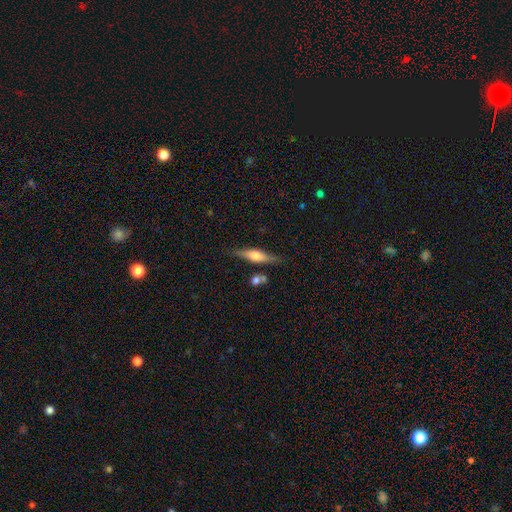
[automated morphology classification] Smooth or featured? featured or disk (55%)
Edge-on disk? yes (93%)
Edge-on bulge? rounded (80%)
Merging? none (74%)